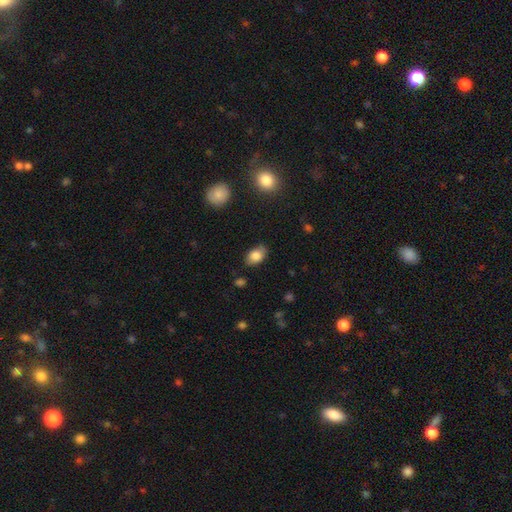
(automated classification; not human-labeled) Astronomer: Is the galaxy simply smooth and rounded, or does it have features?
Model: smooth — 84%.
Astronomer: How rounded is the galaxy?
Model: in between — 85%.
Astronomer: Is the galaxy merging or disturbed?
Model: none — 79%.